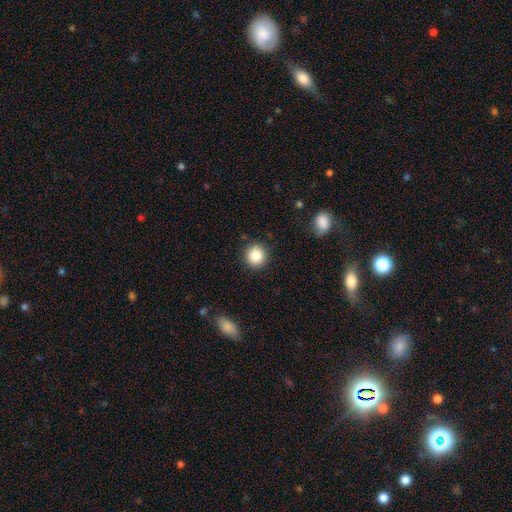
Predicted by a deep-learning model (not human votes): Smooth or featured? smooth (85%)
How rounded? round (93%)
Merging? none (90%)